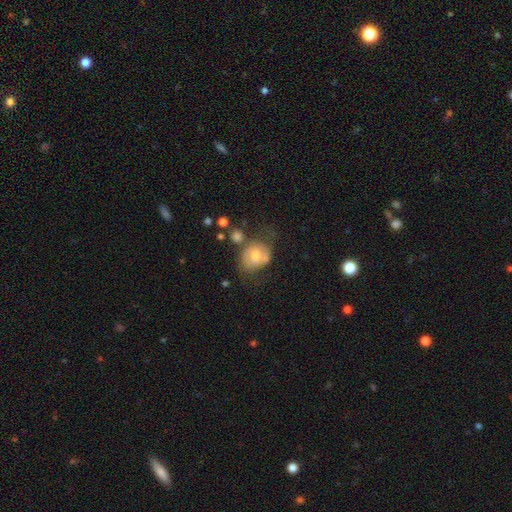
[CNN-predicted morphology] type=smooth (51%); roundness=round (60%); merging=none (41%).